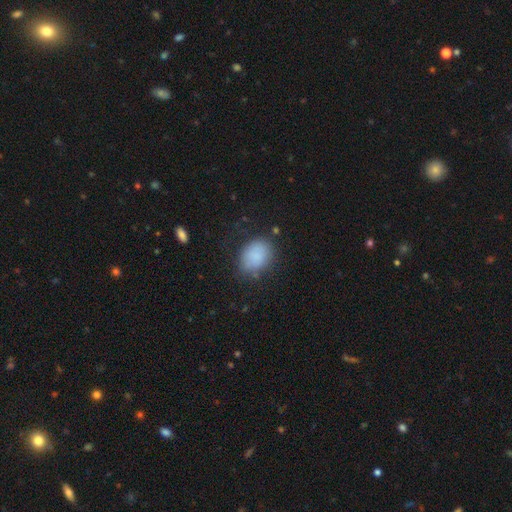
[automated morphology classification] A smooth galaxy with no disk features (85%) that is in between round and cigar-shaped (60%).

Vote fractions:
- Smooth or featured? smooth: 85% / star or artifact: 8% / featured or disk: 7%
- How rounded? in between: 60% / round: 39% / cigar-shaped: 1%
- Merging? none: 70% / minor disturbance: 20% / major disturbance: 7% / merger: 3%